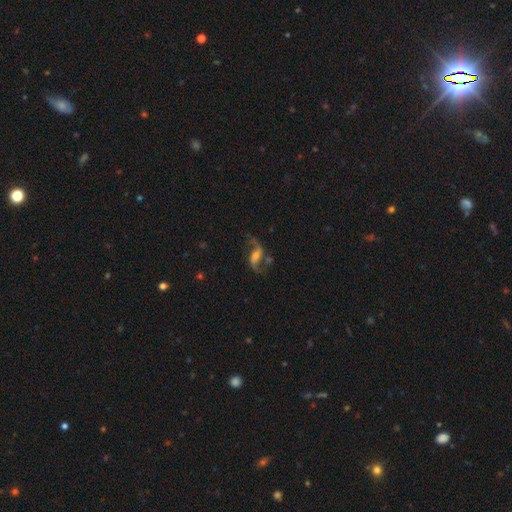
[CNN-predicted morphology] This appears to be a featured or disk galaxy (83%) with a weak bar (42%), 2 (92%) loose (81%) spiral arms (94%) and a small central bulge (42%). Merging: none (65%).